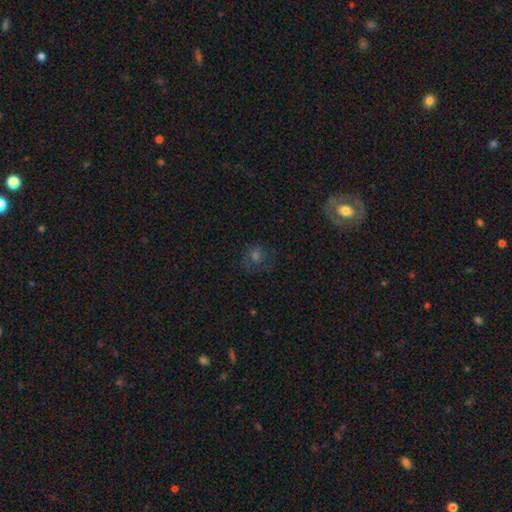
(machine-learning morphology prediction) This appears to be a smooth galaxy with no disk features (45%). Merging: none (75%).